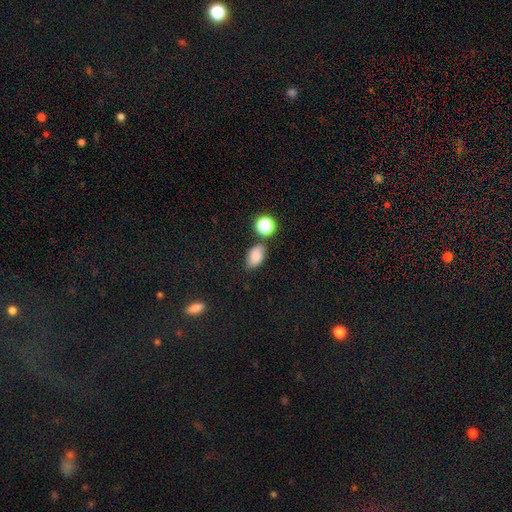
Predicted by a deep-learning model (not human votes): Morphology: type=smooth (78%); roundness=in between (87%); merging=none (73%).